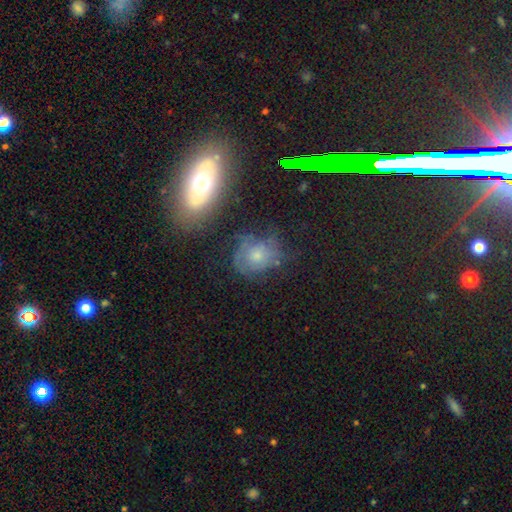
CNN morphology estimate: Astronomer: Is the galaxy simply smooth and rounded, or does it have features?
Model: smooth — 44% (runner-up: featured or disk, 39%).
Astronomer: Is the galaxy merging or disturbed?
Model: none — 55%.